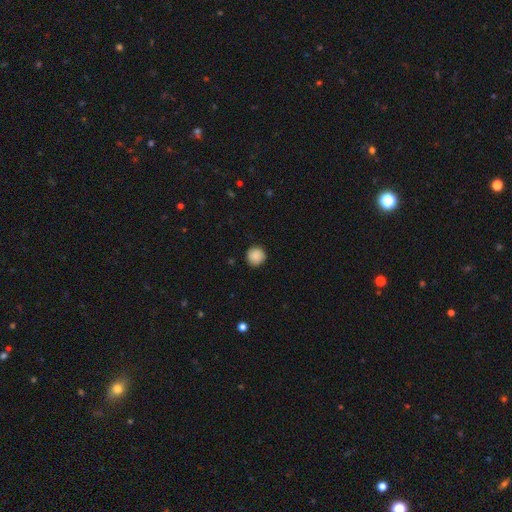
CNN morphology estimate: Smooth or featured: smooth — 88% (star or artifact — 8%)
How rounded: round — 95% (in between — 4%)
Merging: none — 89% (minor disturbance — 8%)